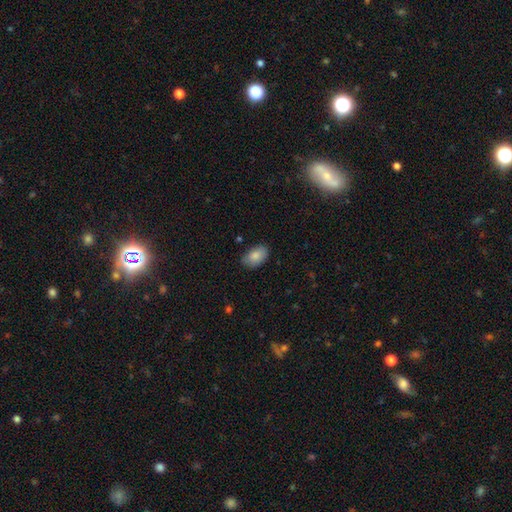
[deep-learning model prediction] Smooth or featured? smooth (85%)
How rounded? in between (92%)
Merging? none (80%)